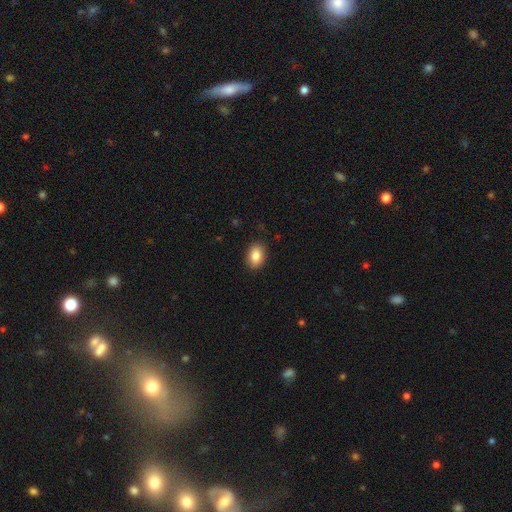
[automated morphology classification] Overall: smooth (86%). How rounded: in between (80%). Merging: none (88%).